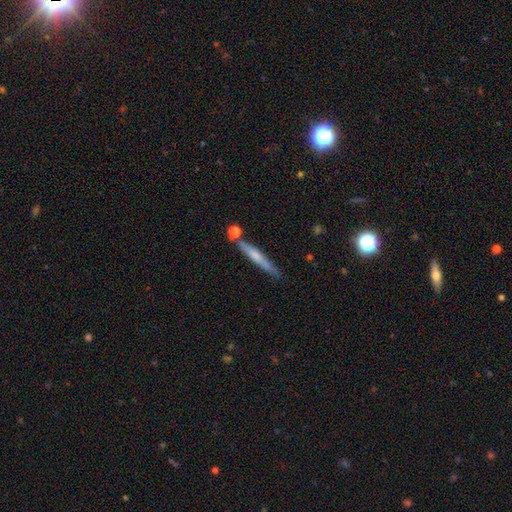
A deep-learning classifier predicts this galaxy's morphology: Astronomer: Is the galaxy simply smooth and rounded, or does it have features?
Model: smooth — 51% (runner-up: featured or disk, 43%).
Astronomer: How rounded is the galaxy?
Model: cigar-shaped — 94%.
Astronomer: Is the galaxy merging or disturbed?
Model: none — 74%.